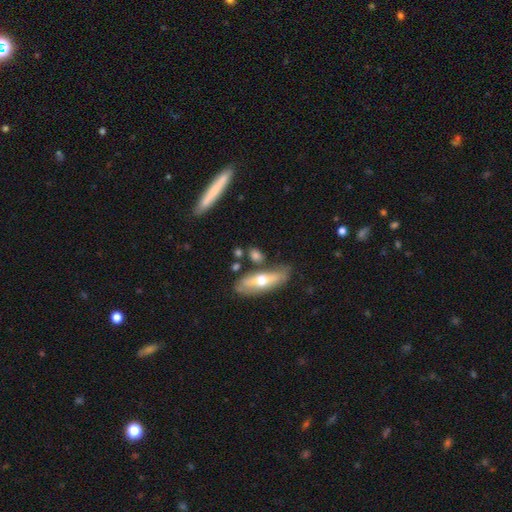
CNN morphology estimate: This appears to be a smooth galaxy with no disk features (54%) that is in between round and cigar-shaped (51%). Merging: none (64%).